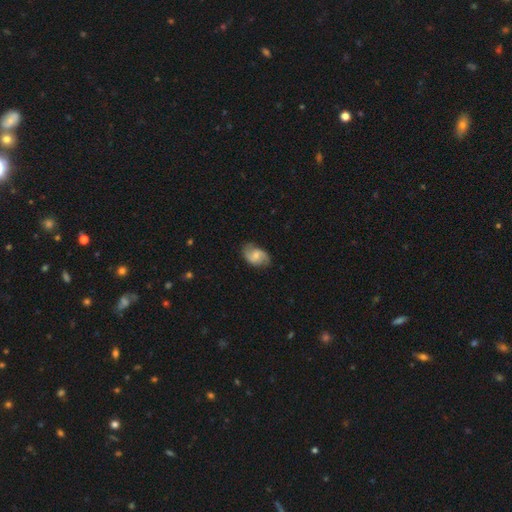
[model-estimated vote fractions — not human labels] A featured or disk galaxy (67%) with no bar (46%, tied with weak), 2 (88%) medium (45%) spiral arms (92%) and a small central bulge (53%). Merging: none (78%).